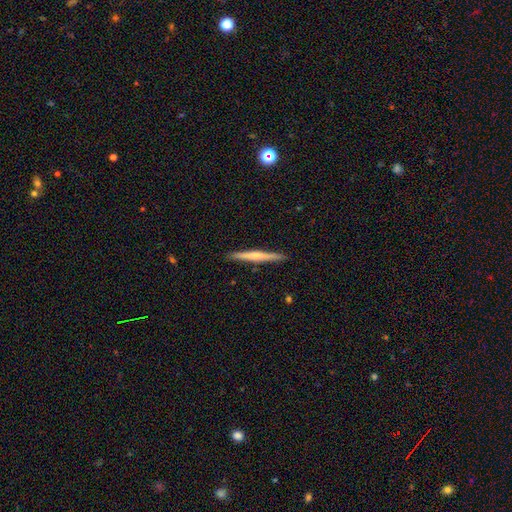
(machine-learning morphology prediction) Smooth or featured?
  - featured or disk: 55% *
  - smooth: 39%
  - star or artifact: 5%
Edge-on disk?
  - yes: 98% *
  - no: 2%
Edge-on bulge?
  - rounded: 57% *
  - none: 35%
  - boxy: 8%
Merging?
  - none: 92% *
  - minor disturbance: 6%
  - major disturbance: 1%
  - merger: 1%